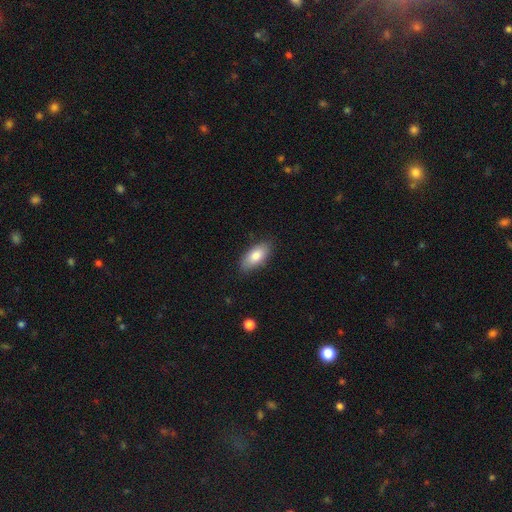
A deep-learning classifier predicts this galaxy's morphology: A smooth galaxy with no disk features (82%) that is in between round and cigar-shaped (90%). Merging: none (83%).